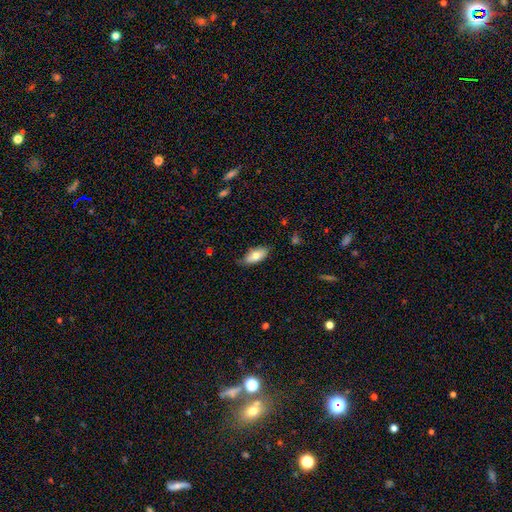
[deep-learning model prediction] Smooth or featured?
  - smooth: 76% *
  - featured or disk: 17%
  - star or artifact: 7%
How rounded?
  - in between: 85% *
  - cigar-shaped: 12%
  - round: 2%
Merging?
  - none: 75% *
  - minor disturbance: 21%
  - major disturbance: 3%
  - merger: 1%